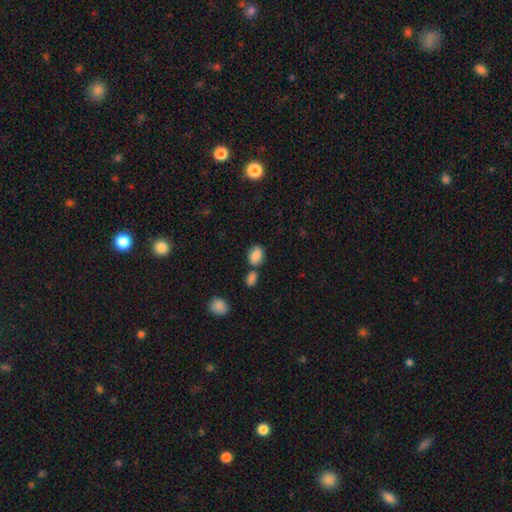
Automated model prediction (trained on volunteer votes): This appears to be a smooth galaxy with no disk features (86%) that is in between round and cigar-shaped (73%). Merging: none (60%).